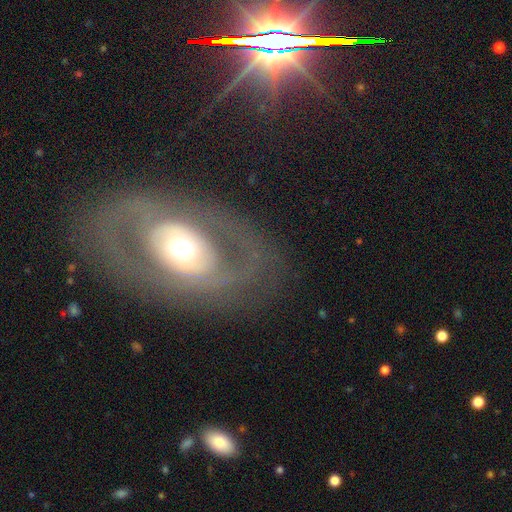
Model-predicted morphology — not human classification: Q: Smooth or featured?
A: featured or disk (74%); runner-up: smooth (16%)
Q: Edge-on disk?
A: no (93%); runner-up: yes (7%)
Q: Bar?
A: no (60%); runner-up: weak (24%)
Q: Spiral arms?
A: yes (57%); runner-up: no (43%)
Q: Bulge size?
A: moderate (59%); runner-up: large (24%)
Q: Merging?
A: none (81%); runner-up: minor disturbance (10%)